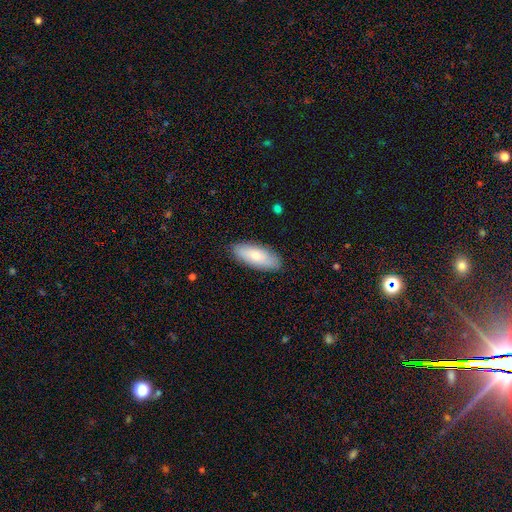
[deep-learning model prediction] smooth-or-featured: smooth: 71% | featured or disk: 23% | star or artifact: 6%
  how-rounded: in between: 81% | cigar-shaped: 16% | round: 2%
  merging: none: 85% | minor disturbance: 11% | major disturbance: 2% | merger: 1%